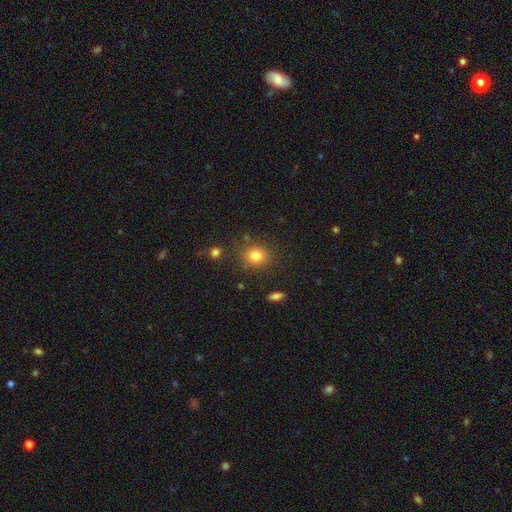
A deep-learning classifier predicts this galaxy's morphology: A smooth galaxy with no disk features (81%) that is round (75%).

Vote fractions:
- Smooth or featured? smooth: 81% / star or artifact: 12% / featured or disk: 7%
- How rounded? round: 75% / in between: 24% / cigar-shaped: 1%
- Merging? none: 81% / minor disturbance: 11% / merger: 4% / major disturbance: 4%